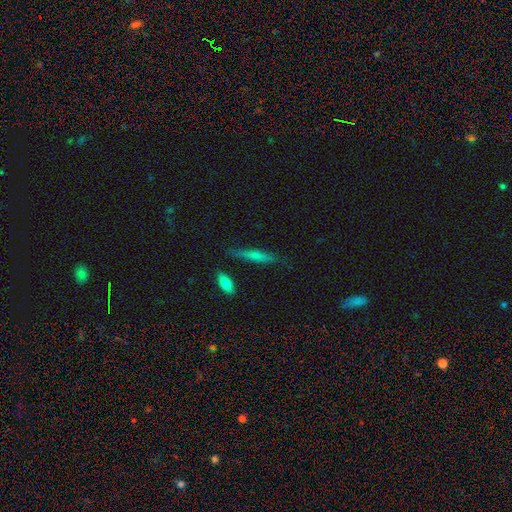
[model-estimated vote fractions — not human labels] Smooth or featured: smooth — 61% (featured or disk — 32%)
How rounded: cigar-shaped — 88% (in between — 10%)
Merging: none — 82% (minor disturbance — 13%)